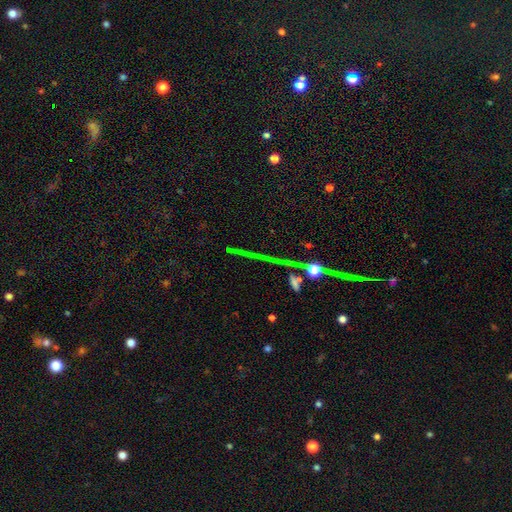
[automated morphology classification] The model was most divided on "smooth or featured": star or artifact: 71%, featured or disk: 17%, smooth: 12%.